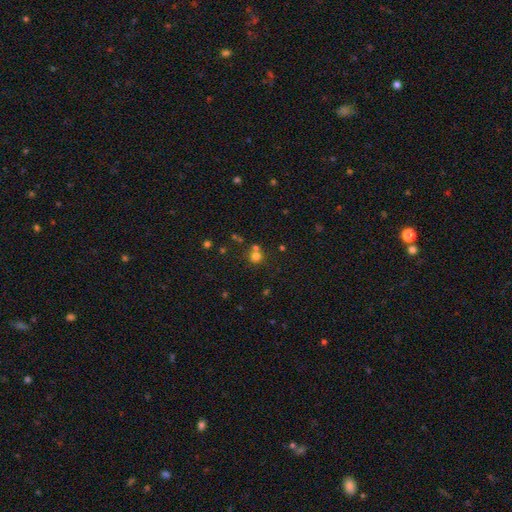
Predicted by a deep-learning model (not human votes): Overall: smooth (71%). How rounded: round (90%). Merging: none (61%; merger 28%).